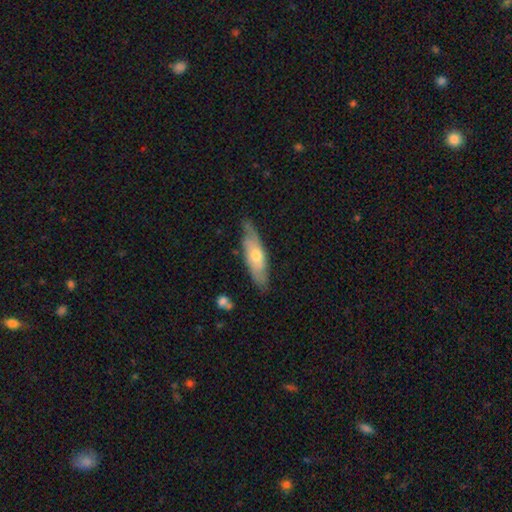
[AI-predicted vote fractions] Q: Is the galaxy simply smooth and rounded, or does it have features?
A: featured or disk — 55%.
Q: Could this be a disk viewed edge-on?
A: no — 56%.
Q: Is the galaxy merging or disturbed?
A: none — 76%.